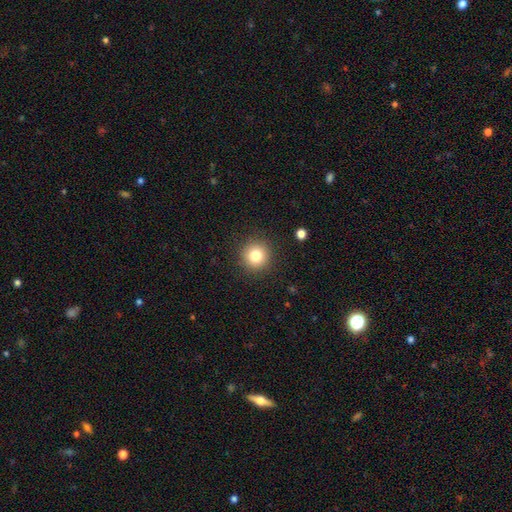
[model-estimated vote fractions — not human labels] Q: Smooth or featured?
A: smooth (81%); runner-up: star or artifact (12%)
Q: How rounded?
A: round (95%); runner-up: in between (5%)
Q: Merging?
A: none (90%); runner-up: minor disturbance (6%)